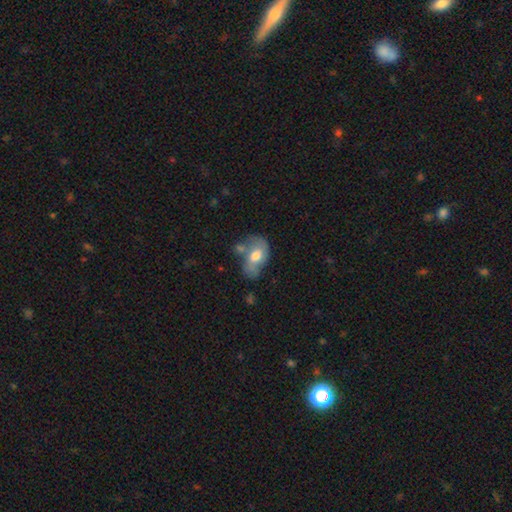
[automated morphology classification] smooth_or_featured: smooth (p=0.55) [alt: featured or disk p=0.38]
how_rounded: in between (p=0.86) [alt: round p=0.12]
merging: none (p=0.38) [alt: minor disturbance p=0.27]